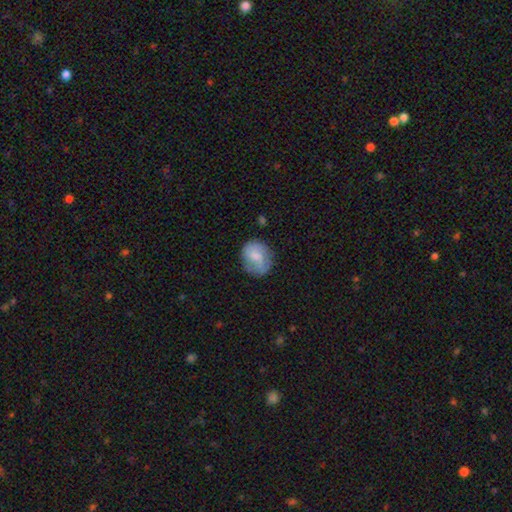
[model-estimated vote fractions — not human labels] This is likely a smooth galaxy (67%). How rounded: possibly round (59%). Merging: likely none (64%).